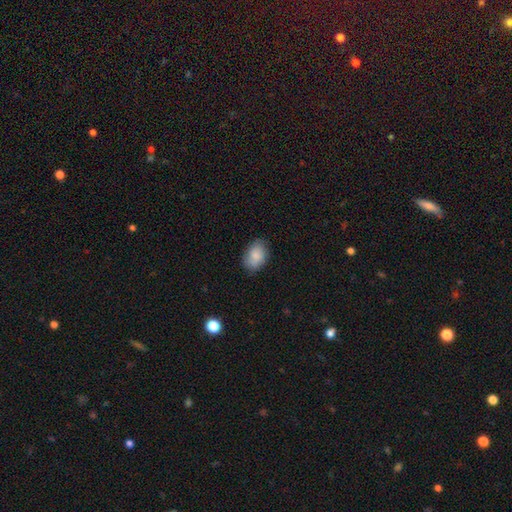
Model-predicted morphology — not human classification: type=smooth (84%); roundness=in between (83%); merging=none (79%).